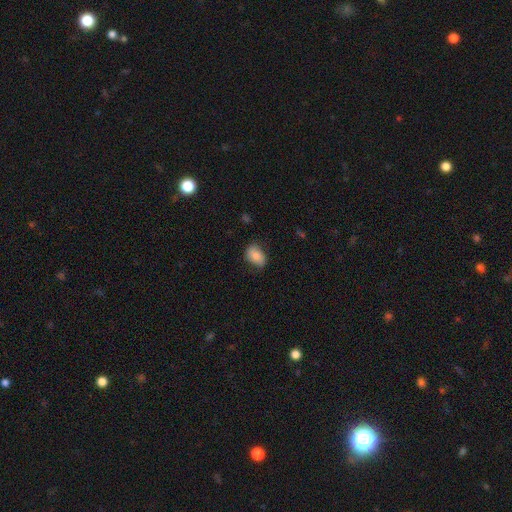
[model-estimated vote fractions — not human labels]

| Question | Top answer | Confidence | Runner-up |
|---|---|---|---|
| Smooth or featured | smooth | 80% | featured or disk (13%) |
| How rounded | in between | 81% | round (17%) |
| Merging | none | 70% | minor disturbance (23%) |